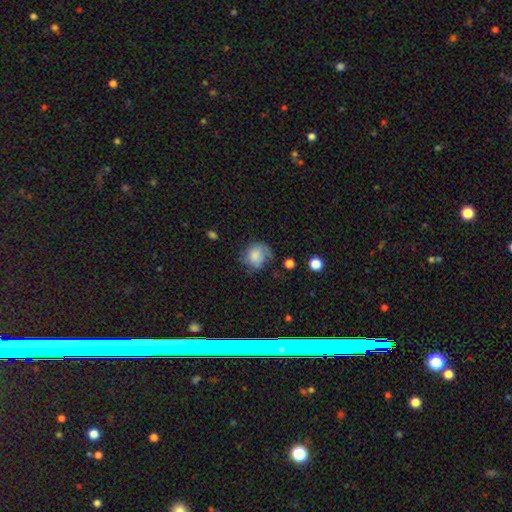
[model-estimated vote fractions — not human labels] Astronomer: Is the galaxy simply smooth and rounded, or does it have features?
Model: smooth — 62%.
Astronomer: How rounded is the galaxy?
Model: round — 72%.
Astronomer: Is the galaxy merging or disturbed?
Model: none — 52% (runner-up: minor disturbance, 28%).